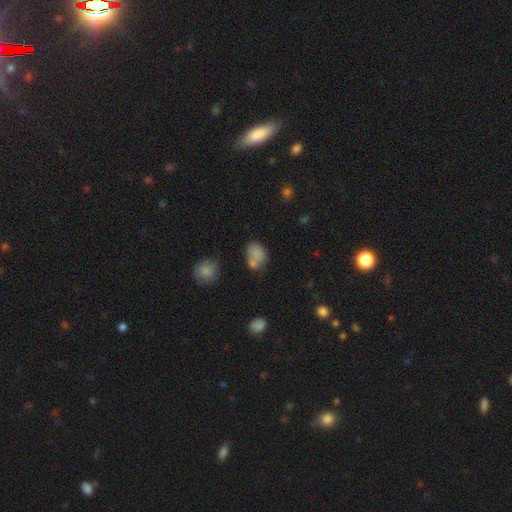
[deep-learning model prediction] A smooth galaxy with no disk features (79%) that is in between round and cigar-shaped (58%). Merging: none (47%).